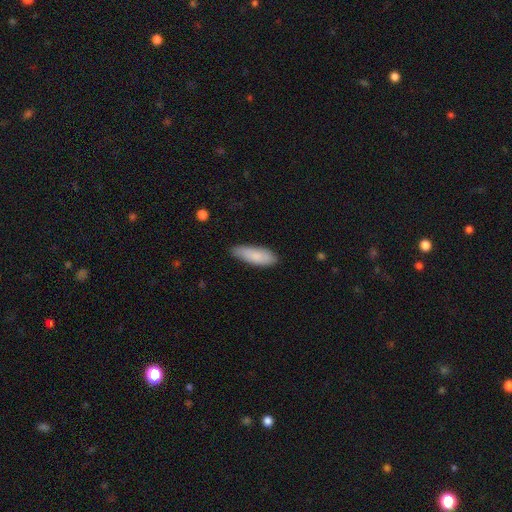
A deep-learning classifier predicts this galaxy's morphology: This appears to be a smooth galaxy with no disk features (83%) that is in between round and cigar-shaped (64%). Merging: none (75%).